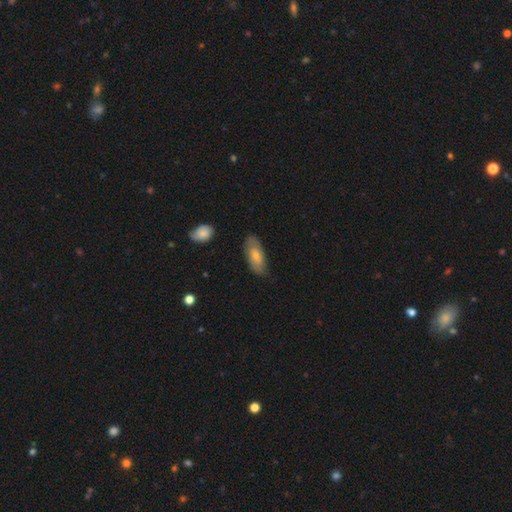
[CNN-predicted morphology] This appears to be a smooth galaxy with no disk features (58%) that is in between round and cigar-shaped (81%). Merging: none (76%).